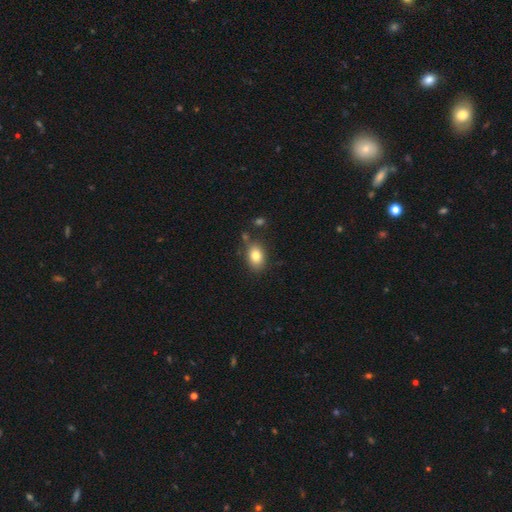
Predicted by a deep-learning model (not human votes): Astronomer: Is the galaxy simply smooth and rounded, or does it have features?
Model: smooth — 81%.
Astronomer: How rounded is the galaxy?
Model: in between — 77%.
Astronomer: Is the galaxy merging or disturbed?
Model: none — 77%.